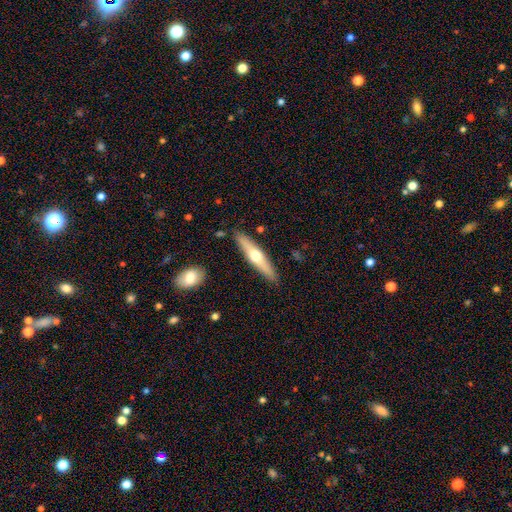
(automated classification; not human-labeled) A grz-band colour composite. It shows a featured or disk galaxy (51%) viewed edge-on (91%). Merging: none (88%).